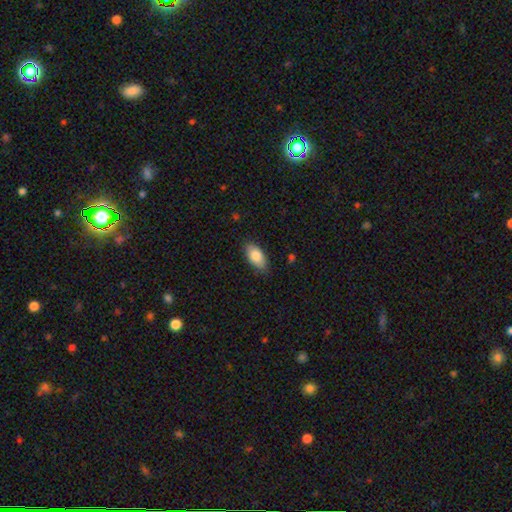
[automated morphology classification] Q: Smooth or featured?
A: smooth (84%); runner-up: featured or disk (9%)
Q: How rounded?
A: in between (91%); runner-up: cigar-shaped (6%)
Q: Merging?
A: none (83%); runner-up: minor disturbance (13%)